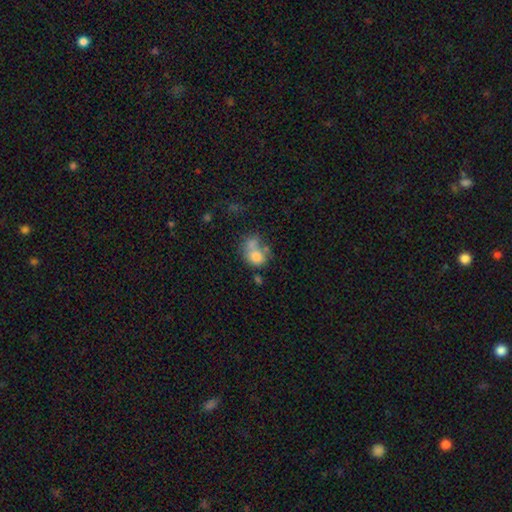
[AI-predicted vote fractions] Q: Smooth or featured?
A: smooth (72%); runner-up: featured or disk (18%)
Q: How rounded?
A: round (50%); runner-up: in between (49%)
Q: Merging?
A: merger (53%); runner-up: none (24%)